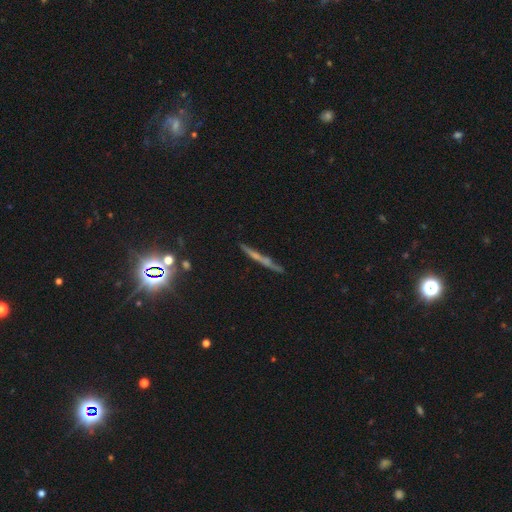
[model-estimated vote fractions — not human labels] This is possibly a featured or disk galaxy (49%). Merging: clearly none (80%).